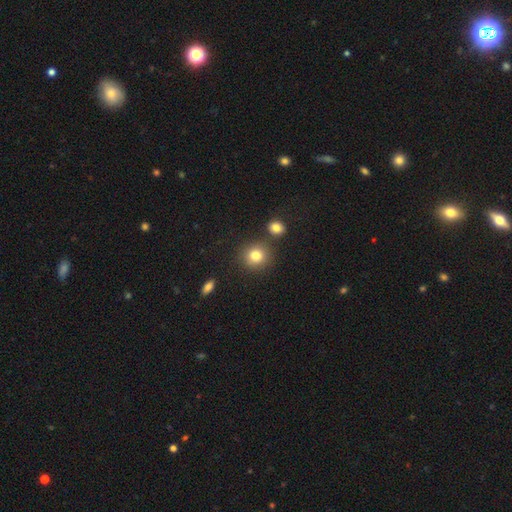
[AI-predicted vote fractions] Smooth or featured? Predicted: smooth (p=0.81). How rounded? Predicted: round (p=0.87). Merging? Predicted: none (p=0.81).